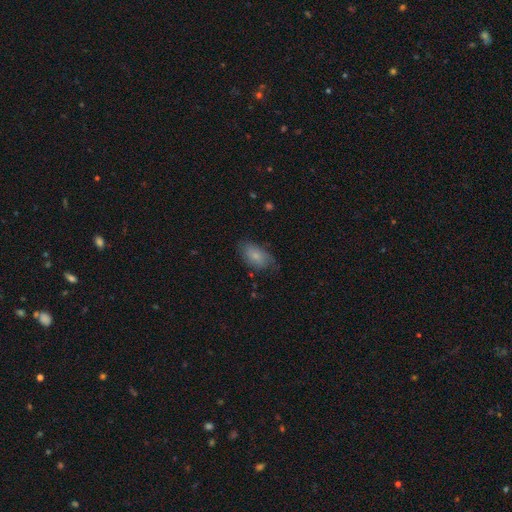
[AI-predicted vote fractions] Smooth or featured? Predicted: smooth (p=0.76). How rounded? Predicted: in between (p=0.92). Merging? Predicted: none (p=0.64).